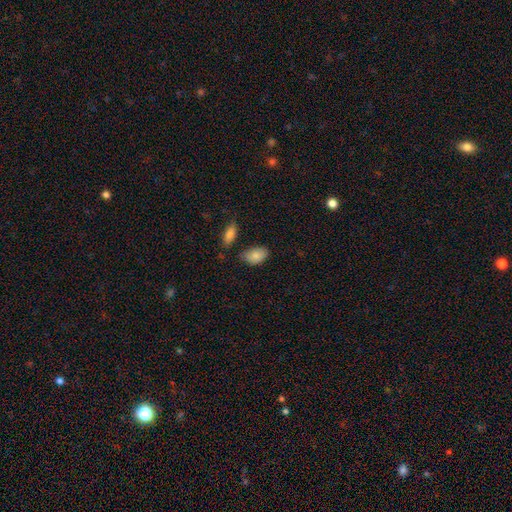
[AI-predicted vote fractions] Smooth or featured: smooth — 86% (featured or disk — 7%)
How rounded: in between — 91% (round — 7%)
Merging: none — 67% (minor disturbance — 23%)